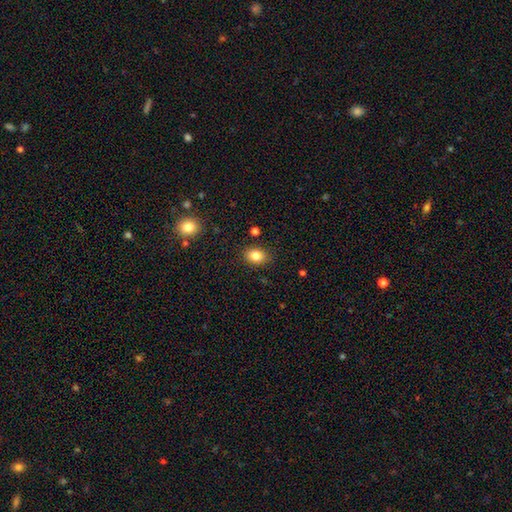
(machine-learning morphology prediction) The model was most divided on "how rounded": in between: 67%, round: 32%, cigar-shaped: 1%. More confident: merging — none (85%); smooth or featured — smooth (83%).